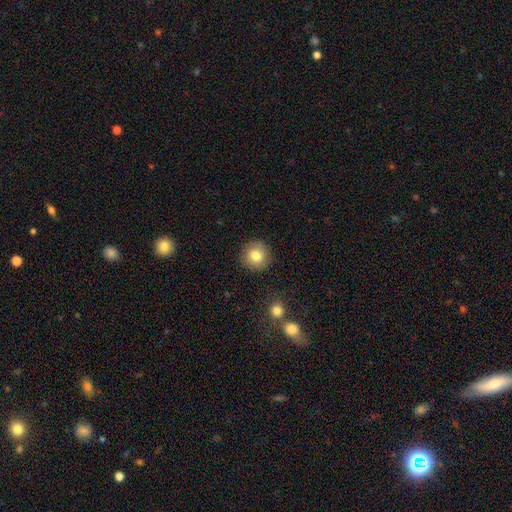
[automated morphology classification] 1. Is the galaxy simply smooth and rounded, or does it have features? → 81% smooth, 10% featured or disk, 9% star or artifact.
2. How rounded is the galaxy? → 92% round, 7% in between, 1% cigar-shaped.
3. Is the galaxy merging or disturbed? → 89% none, 7% minor disturbance, 2% major disturbance, 2% merger.